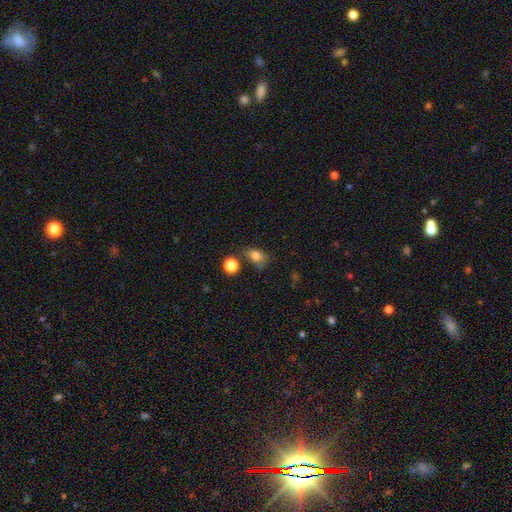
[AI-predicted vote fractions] Overall: smooth (79%). How rounded: in between (63%; round 36%). Merging: none (54%; minor disturbance 25%).